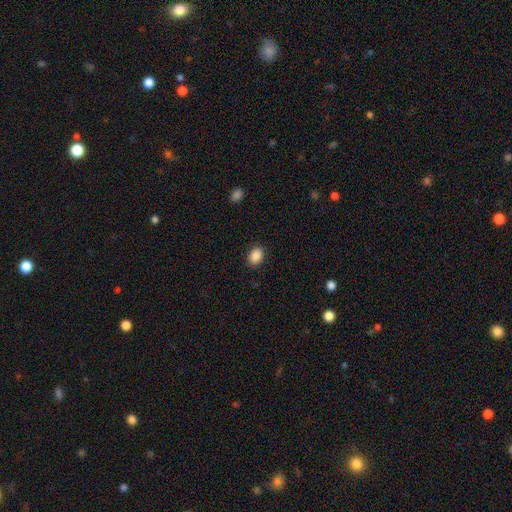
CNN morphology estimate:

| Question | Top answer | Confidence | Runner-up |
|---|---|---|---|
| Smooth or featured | smooth | 89% | star or artifact (8%) |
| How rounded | in between | 72% | round (27%) |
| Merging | none | 88% | minor disturbance (9%) |